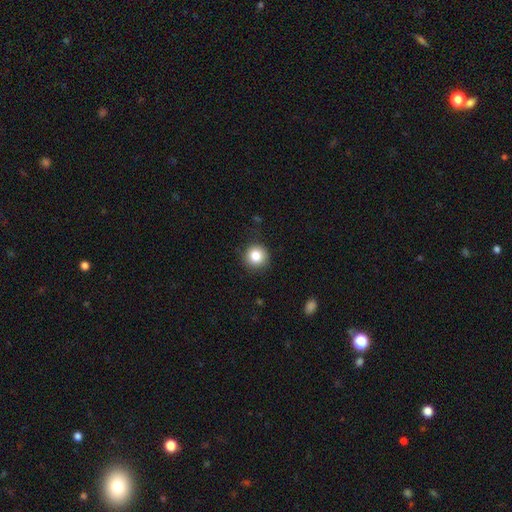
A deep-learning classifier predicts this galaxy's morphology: type=smooth (83%); roundness=round (93%); merging=none (88%).